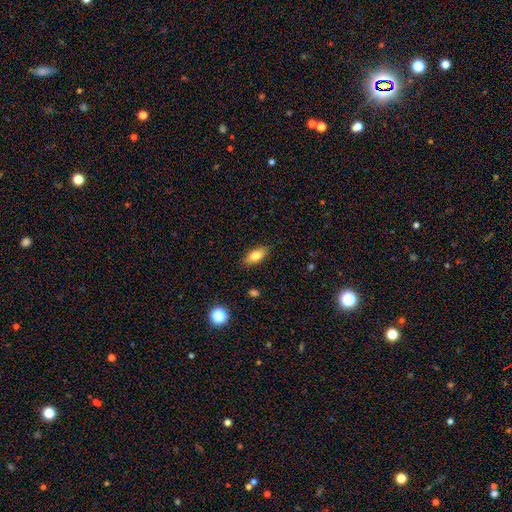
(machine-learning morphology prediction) Smooth or featured: smooth — 80% (featured or disk — 12%)
How rounded: in between — 84% (cigar-shaped — 12%)
Merging: none — 86% (minor disturbance — 10%)